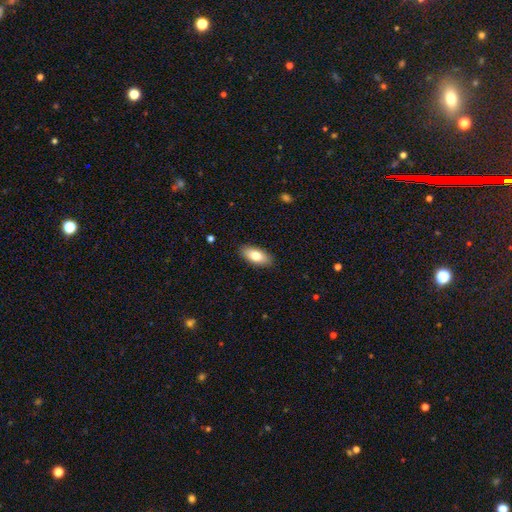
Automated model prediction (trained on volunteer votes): Smooth or featured? Predicted: smooth (p=0.79). How rounded? Predicted: in between (p=0.86). Merging? Predicted: none (p=0.89).